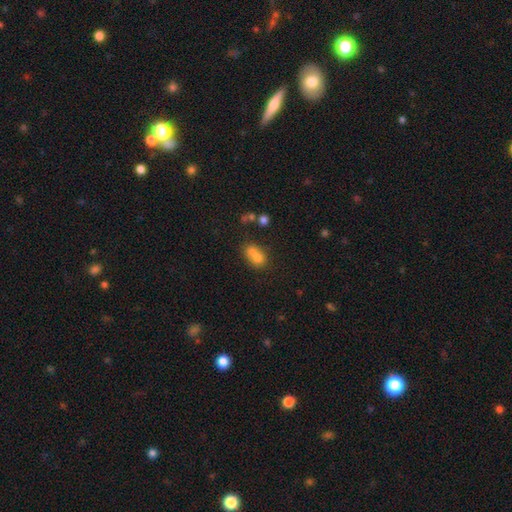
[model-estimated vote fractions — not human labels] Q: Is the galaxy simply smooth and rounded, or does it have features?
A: smooth — 69%.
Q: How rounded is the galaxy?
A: in between — 50%.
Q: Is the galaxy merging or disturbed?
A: merger — 61%.